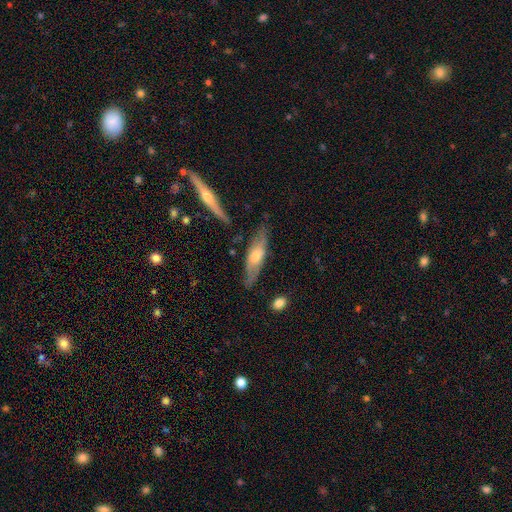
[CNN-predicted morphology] Q: Smooth or featured?
A: featured or disk (52%); runner-up: smooth (42%)
Q: Edge-on disk?
A: yes (64%); runner-up: no (36%)
Q: Merging?
A: none (75%); runner-up: minor disturbance (18%)